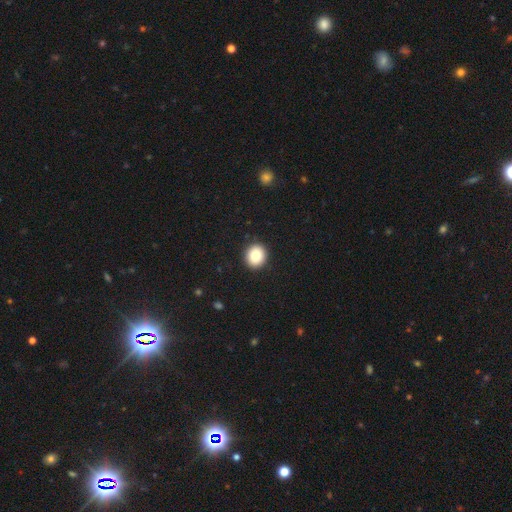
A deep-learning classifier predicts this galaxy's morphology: A smooth galaxy with no disk features (84%) that is round (80%).

Vote fractions:
- Smooth or featured? smooth: 84% / star or artifact: 9% / featured or disk: 7%
- How rounded? round: 80% / in between: 19% / cigar-shaped: 1%
- Merging? none: 92% / minor disturbance: 5% / major disturbance: 2% / merger: 1%